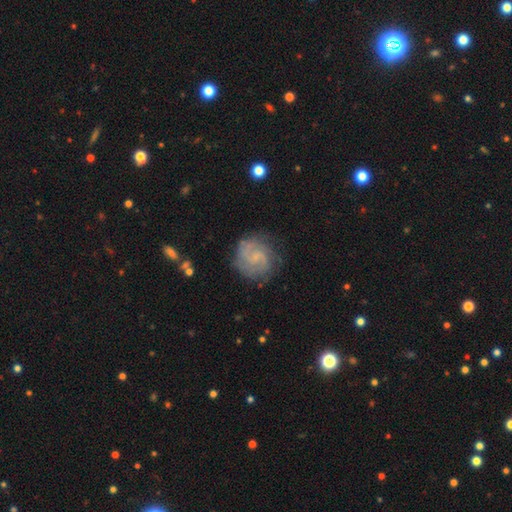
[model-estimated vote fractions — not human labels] A featured or disk galaxy (73%) with no bar (49%), 2 (55%) tight (49%) spiral arms (93%) and a small central bulge (49%).

Vote fractions:
- Smooth or featured? featured or disk: 73% / smooth: 19% / star or artifact: 8%
- Edge-on disk? no: 98% / yes: 2%
- Bar? no: 49% / weak: 44% / strong: 7%
- Spiral arms? yes: 93% / no: 7%
- Spiral winding? tight: 49% / medium: 38% / loose: 13%
- Spiral arm count? 2: 55% / can't tell: 22% / 3: 12% / 1: 4% / 4: 4% / more than 4: 3%
- Bulge size? small: 49% / none: 37% / moderate: 12% / large: 1% / dominant: 1%
- Merging? none: 77% / minor disturbance: 15% / major disturbance: 7% / merger: 1%